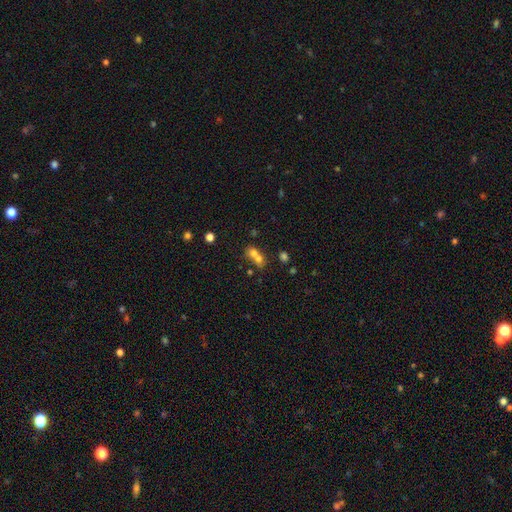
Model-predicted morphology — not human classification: smooth 66%, featured or disk 19%, star or artifact 15%. Down the decision tree: how rounded — round (66%); merging — merger (66%).